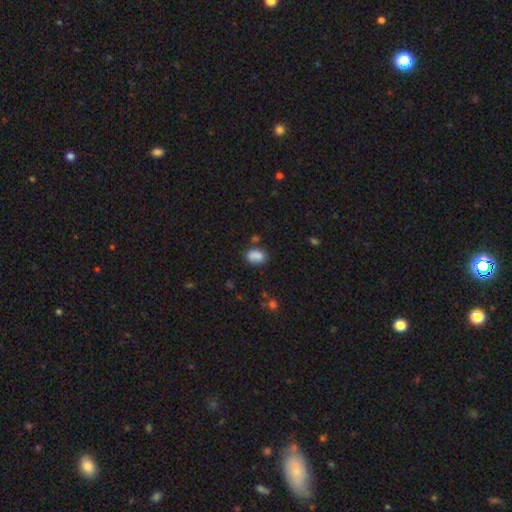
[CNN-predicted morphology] A smooth galaxy with no disk features (84%) that is in between round and cigar-shaped (79%).

Vote fractions:
- Smooth or featured? smooth: 84% / star or artifact: 9% / featured or disk: 7%
- How rounded? in between: 79% / round: 19% / cigar-shaped: 1%
- Merging? none: 64% / minor disturbance: 19% / merger: 12% / major disturbance: 5%